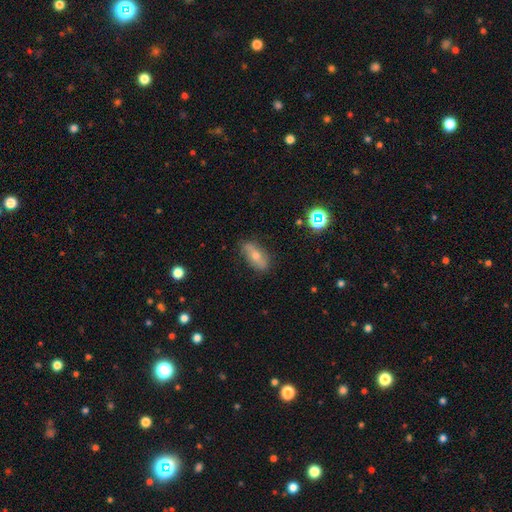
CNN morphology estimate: This is possibly a smooth galaxy (48%). Merging: clearly none (81%).